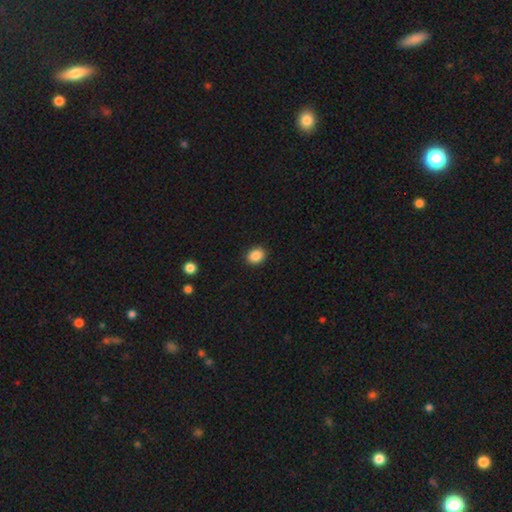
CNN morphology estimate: This is clearly a smooth galaxy (88%). How rounded: possibly round (56%). Merging: clearly none (91%).